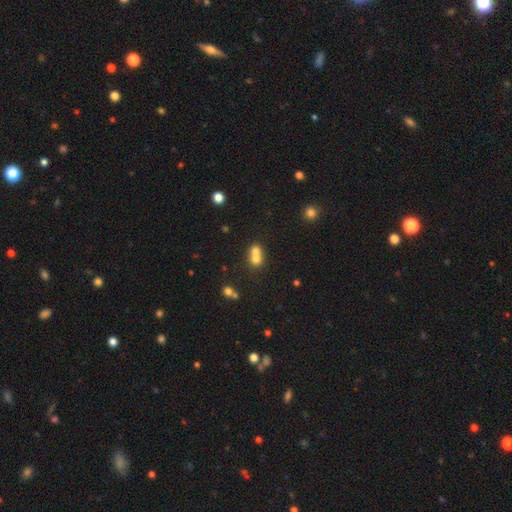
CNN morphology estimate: smooth_or_featured: smooth (p=0.70) [alt: featured or disk p=0.17]
how_rounded: round (p=0.73) [alt: in between p=0.26]
merging: merger (p=0.66) [alt: none p=0.27]